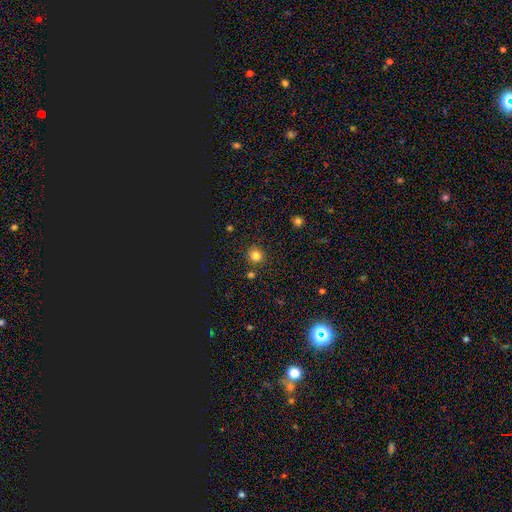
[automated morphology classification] Q: Smooth or featured?
A: smooth (81%); runner-up: star or artifact (15%)
Q: How rounded?
A: round (91%); runner-up: in between (8%)
Q: Merging?
A: none (86%); runner-up: minor disturbance (7%)